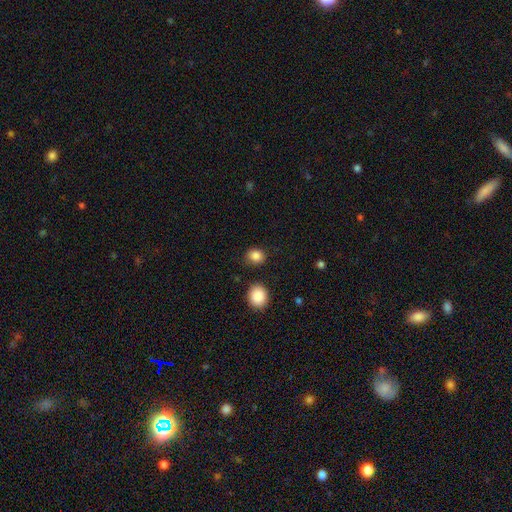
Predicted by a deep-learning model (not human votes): This is clearly a smooth galaxy (86%). How rounded: likely round (70%). Merging: clearly none (83%).